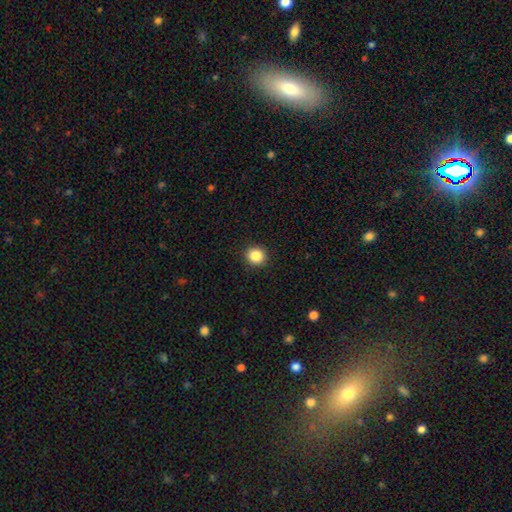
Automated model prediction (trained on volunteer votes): This is clearly a smooth galaxy (86%). How rounded: clearly round (90%). Merging: clearly none (92%).